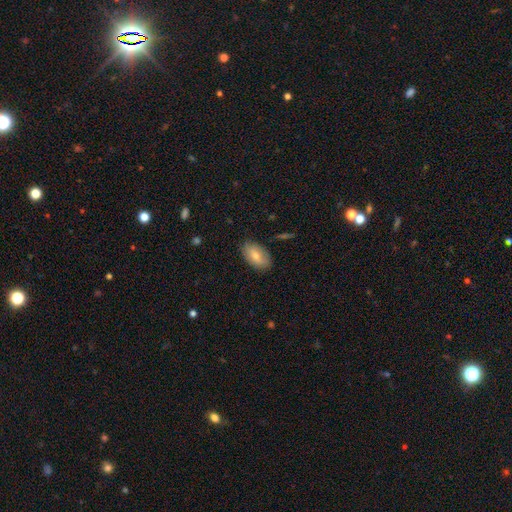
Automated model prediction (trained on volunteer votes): Smooth or featured: smooth — 73% (featured or disk — 21%)
How rounded: in between — 93% (round — 6%)
Merging: none — 84% (minor disturbance — 12%)